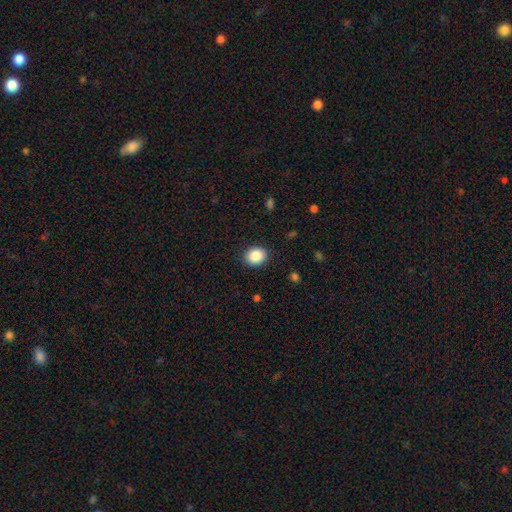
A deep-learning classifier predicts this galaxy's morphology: smooth 87%, star or artifact 9%, featured or disk 4%. Down the decision tree: how rounded — round (66%); merging — none (89%).